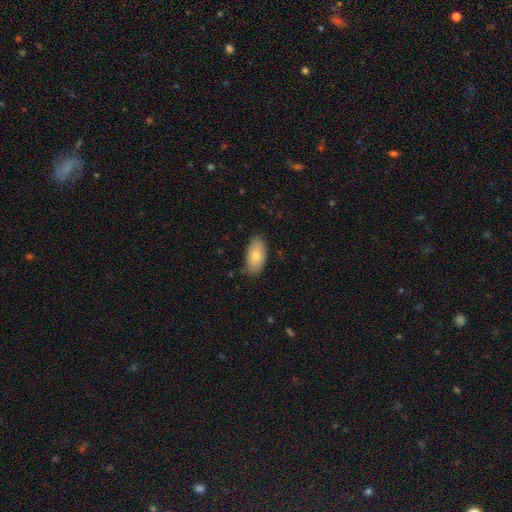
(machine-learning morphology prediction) smooth 78%, featured or disk 15%, star or artifact 6%. Down the decision tree: how rounded — in between (94%); merging — none (79%).